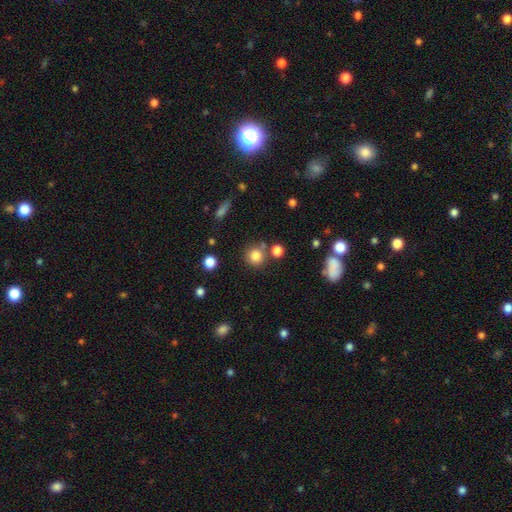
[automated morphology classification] Smooth or featured?
  - smooth: 81% *
  - star or artifact: 13%
  - featured or disk: 6%
How rounded?
  - round: 91% *
  - in between: 8%
  - cigar-shaped: 1%
Merging?
  - none: 75% *
  - merger: 12%
  - minor disturbance: 9%
  - major disturbance: 3%